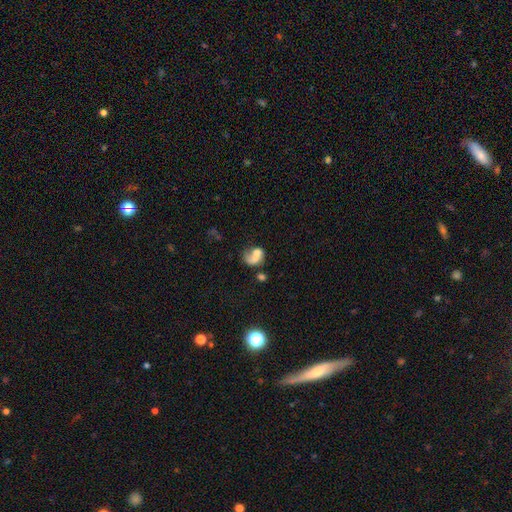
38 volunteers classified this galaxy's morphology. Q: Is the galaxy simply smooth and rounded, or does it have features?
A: featured or disk — 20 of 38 (53%).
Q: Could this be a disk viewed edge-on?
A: no — 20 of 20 (100%).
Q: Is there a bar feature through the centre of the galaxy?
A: no — 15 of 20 (75%).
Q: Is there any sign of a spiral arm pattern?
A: no — 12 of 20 (60%).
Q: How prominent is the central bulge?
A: moderate — 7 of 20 (35%).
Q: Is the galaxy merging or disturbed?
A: merger — 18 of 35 (51%).